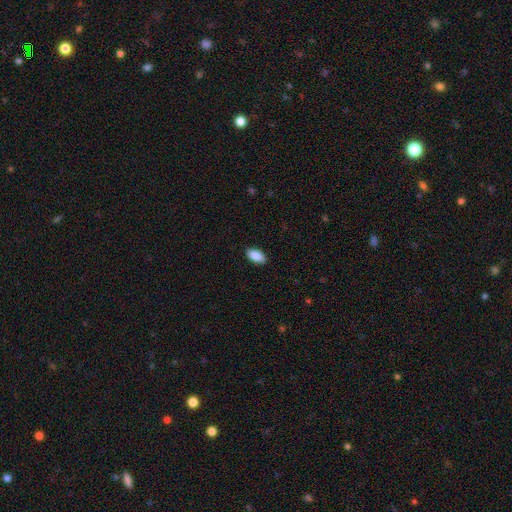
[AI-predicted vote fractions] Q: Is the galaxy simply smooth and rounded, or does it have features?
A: smooth — 89%.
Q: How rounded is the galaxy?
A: in between — 93%.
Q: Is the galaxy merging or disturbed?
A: none — 88%.